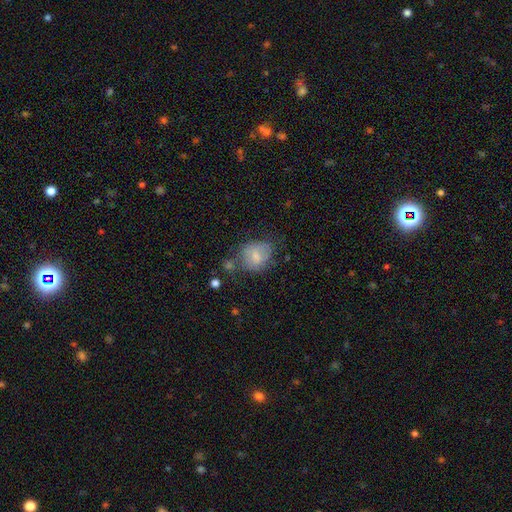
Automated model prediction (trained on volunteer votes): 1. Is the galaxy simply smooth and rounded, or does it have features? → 72% smooth, 20% featured or disk, 8% star or artifact.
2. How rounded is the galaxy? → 59% round, 40% in between, 1% cigar-shaped.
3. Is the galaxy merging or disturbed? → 51% none, 28% minor disturbance, 12% major disturbance, 9% merger.